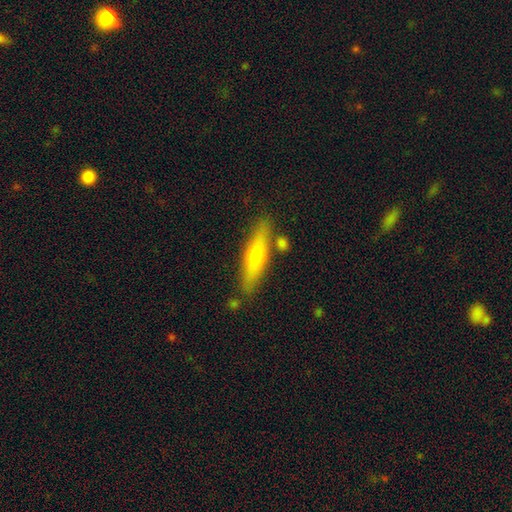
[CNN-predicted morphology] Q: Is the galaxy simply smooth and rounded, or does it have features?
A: smooth — 54%.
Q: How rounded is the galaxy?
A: cigar-shaped — 71%.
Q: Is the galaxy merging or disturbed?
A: none — 79%.